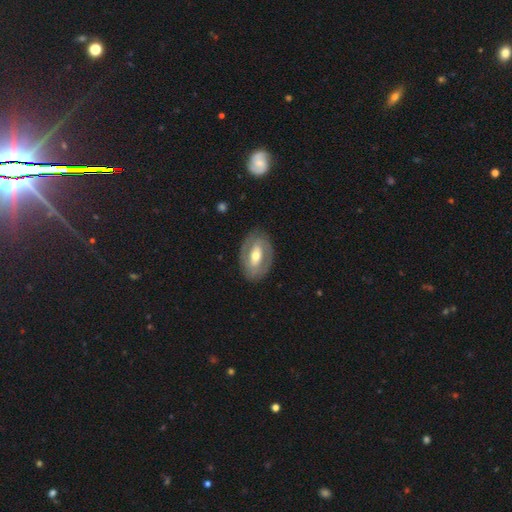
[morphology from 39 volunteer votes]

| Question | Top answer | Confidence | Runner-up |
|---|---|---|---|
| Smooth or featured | featured or disk | 74% | smooth (15%) |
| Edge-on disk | no | 86% | yes (14%) |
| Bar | weak | 48% | strong (28%) |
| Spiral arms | yes | 52% | no (48%) |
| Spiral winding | tight | 54% | medium (31%) |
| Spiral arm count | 2 | 69% | can't tell (23%) |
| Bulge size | moderate | 56% | small (40%) |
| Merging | none | 80% | minor disturbance (17%) |